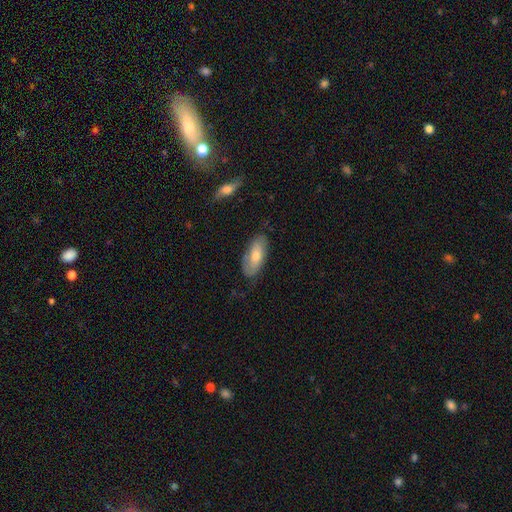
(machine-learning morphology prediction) A smooth galaxy with no disk features (52%) that is in between round and cigar-shaped (83%). Merging: none (72%).